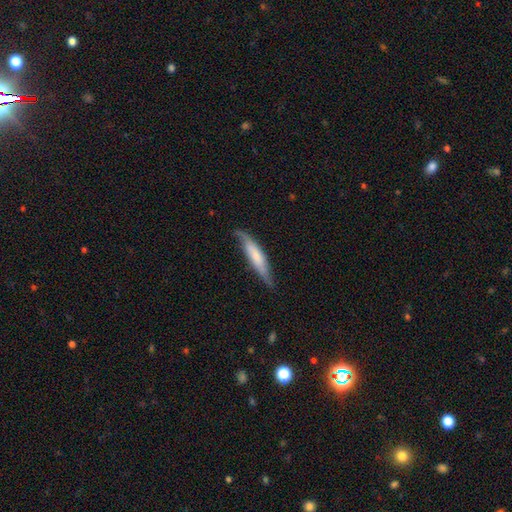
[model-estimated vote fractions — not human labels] The model was most divided on "smooth or featured": smooth: 53%, featured or disk: 42%, star or artifact: 5%. More confident: how rounded — cigar-shaped (86%); merging — none (68%).